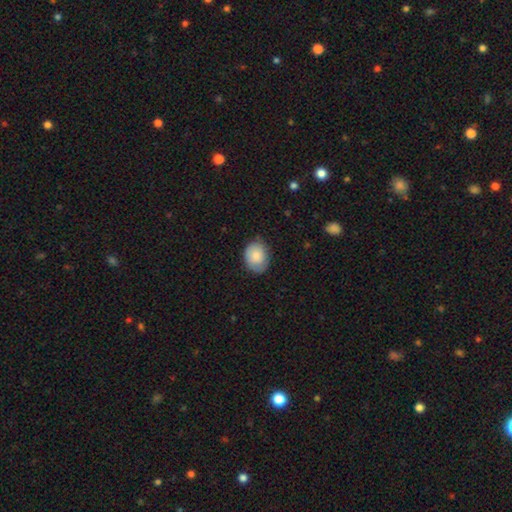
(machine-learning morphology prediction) Smooth or featured? Predicted: smooth (p=0.79). How rounded? Predicted: in between (p=0.53). Merging? Predicted: none (p=0.72).